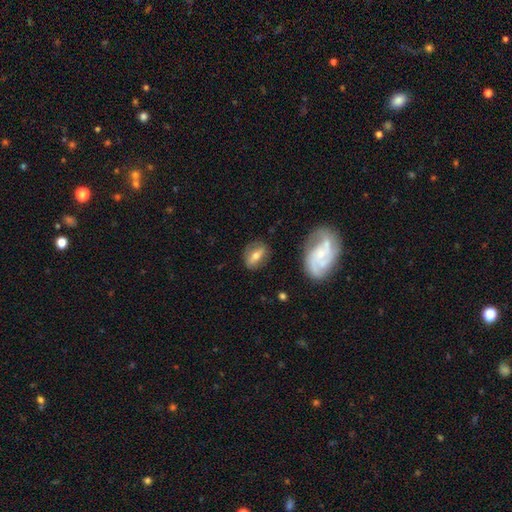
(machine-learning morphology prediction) smooth 48%, featured or disk 44%, star or artifact 8%. Down the decision tree: merging — none (75%).